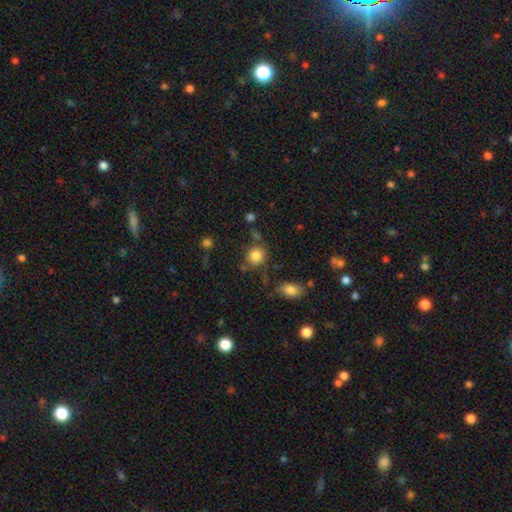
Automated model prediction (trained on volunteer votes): Overall: smooth (83%). How rounded: round (80%). Merging: none (70%).